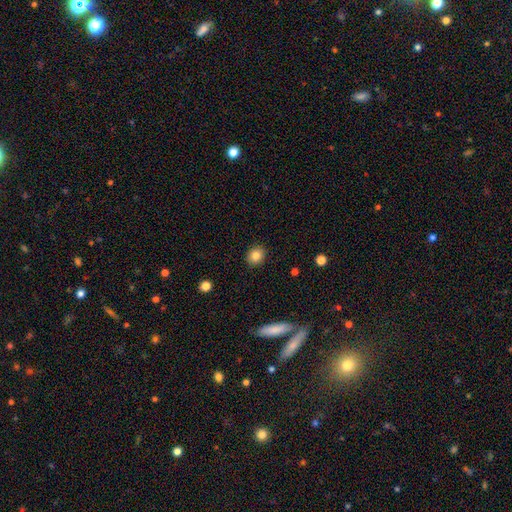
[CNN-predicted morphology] A smooth galaxy with no disk features (84%) that is round (77%).

Vote fractions:
- Smooth or featured? smooth: 84% / star or artifact: 10% / featured or disk: 7%
- How rounded? round: 77% / in between: 22% / cigar-shaped: 1%
- Merging? none: 91% / minor disturbance: 6% / major disturbance: 2% / merger: 1%